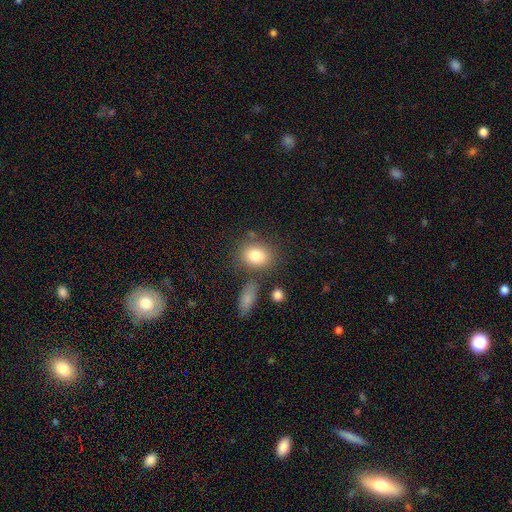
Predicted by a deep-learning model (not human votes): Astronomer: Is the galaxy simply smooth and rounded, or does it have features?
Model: smooth — 82%.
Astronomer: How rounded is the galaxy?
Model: in between — 58% (runner-up: round, 41%).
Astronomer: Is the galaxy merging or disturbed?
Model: none — 70%.